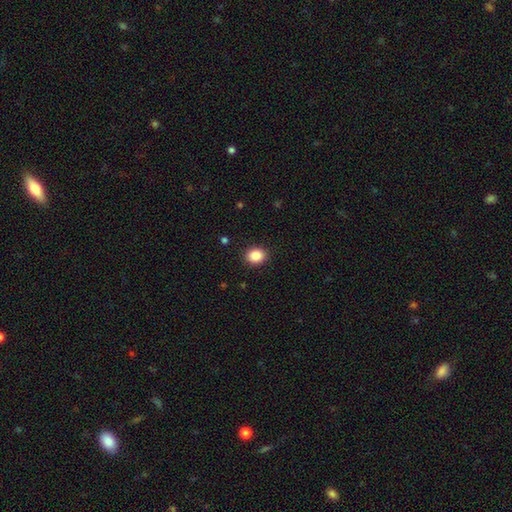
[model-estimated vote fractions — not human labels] Morphology: type=smooth (87%); roundness=round (61%); merging=none (91%).